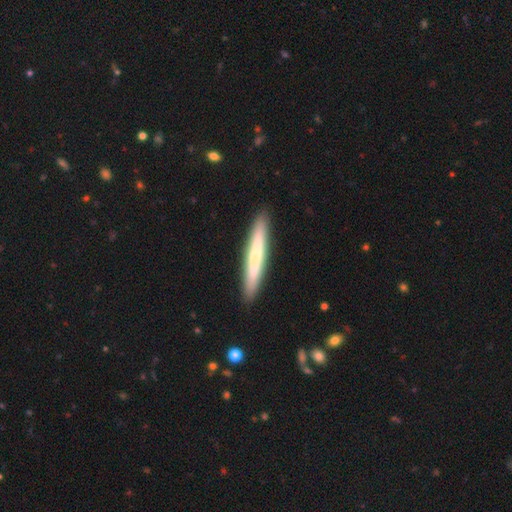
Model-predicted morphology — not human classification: A smooth galaxy with no disk features (56%) that is cigar-shaped (95%).

Vote fractions:
- Smooth or featured? smooth: 56% / featured or disk: 39% / star or artifact: 5%
- How rounded? cigar-shaped: 95% / in between: 4% / round: 1%
- Merging? none: 91% / minor disturbance: 6% / major disturbance: 1% / merger: 1%